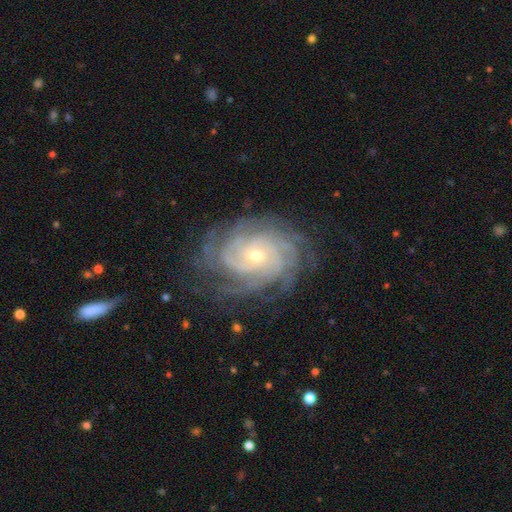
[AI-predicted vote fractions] The model was most divided on "spiral arm count": 4: 26%, more than 4: 23%, can't tell: 23%, 3: 13%, 2: 9%, 1: 7%. More confident: spiral arms — yes (98%); edge-on disk — no (97%); smooth or featured — featured or disk (90%); merging — none (78%); spiral winding — tight (78%); bulge size — small (70%); bar — no (69%).